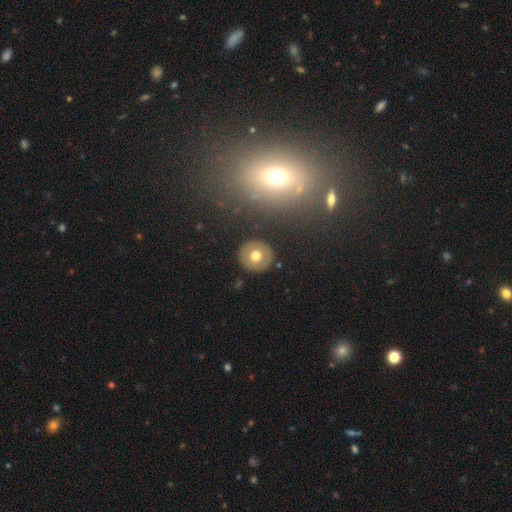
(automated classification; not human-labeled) Overall: smooth (66%). How rounded: round (92%). Merging: none (90%).